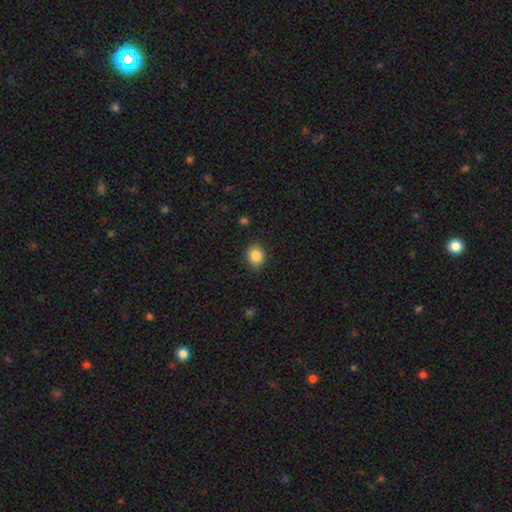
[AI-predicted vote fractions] A smooth galaxy with no disk features (87%) that is round (80%). Merging: none (90%).